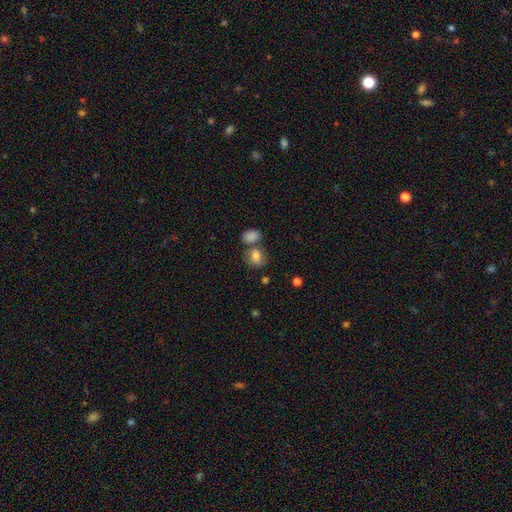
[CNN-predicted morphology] A smooth galaxy with no disk features (80%) that is in between round and cigar-shaped (57%). Merging: none (49%).